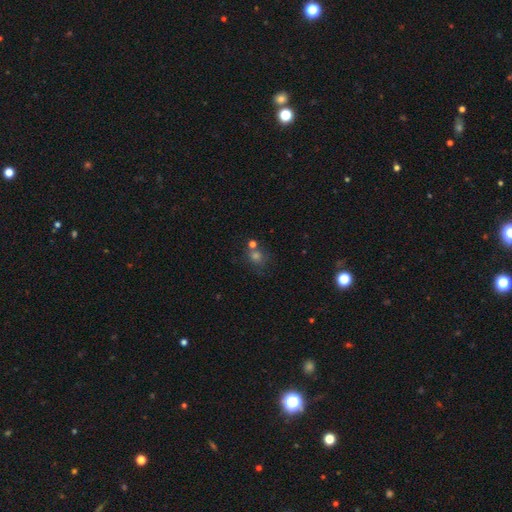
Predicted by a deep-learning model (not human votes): Smooth or featured: smooth — 57% (star or artifact — 30%)
How rounded: round — 79% (in between — 20%)
Merging: none — 62% (merger — 18%)